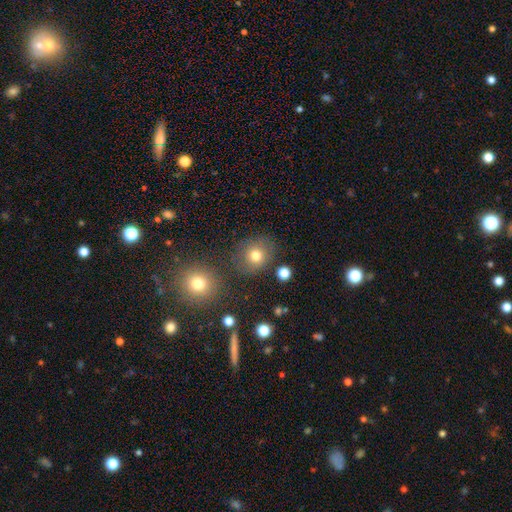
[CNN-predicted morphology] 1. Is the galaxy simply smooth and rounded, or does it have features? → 76% smooth, 15% star or artifact, 10% featured or disk.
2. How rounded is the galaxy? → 77% round, 22% in between, 1% cigar-shaped.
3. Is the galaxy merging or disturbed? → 76% none, 12% minor disturbance, 7% merger, 5% major disturbance.